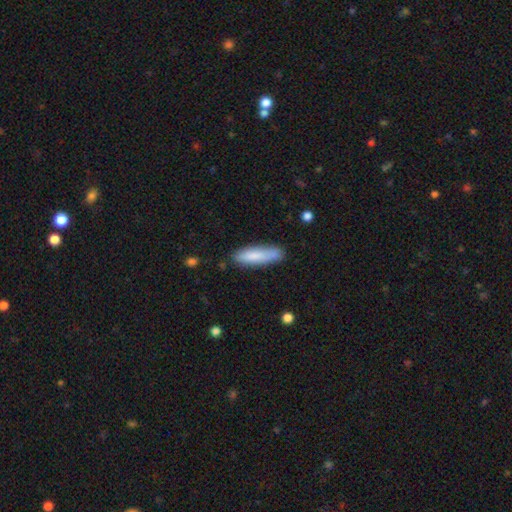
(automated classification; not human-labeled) Overall: smooth (81%). How rounded: cigar-shaped (74%). Merging: none (75%).